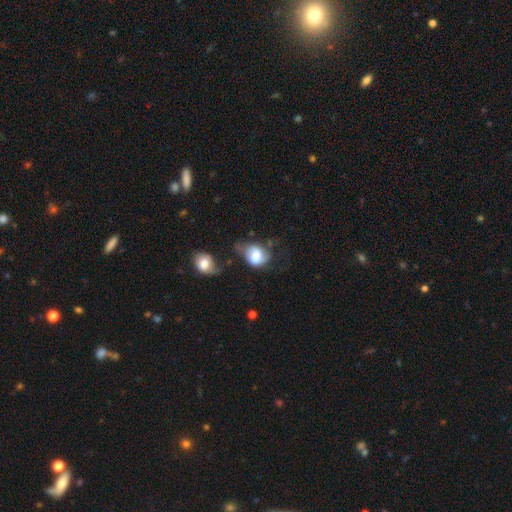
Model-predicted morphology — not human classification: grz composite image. It shows a smooth galaxy with no disk features (64%) that is in between round and cigar-shaped (55%). Merging: major disturbance (28%, tied with minor disturbance).